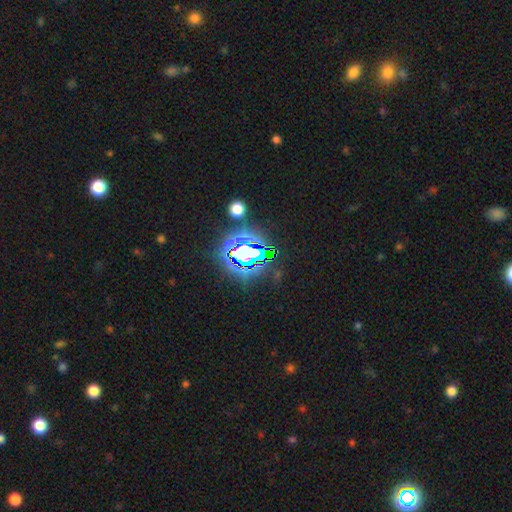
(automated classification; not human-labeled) Overall: star or artifact (83%).